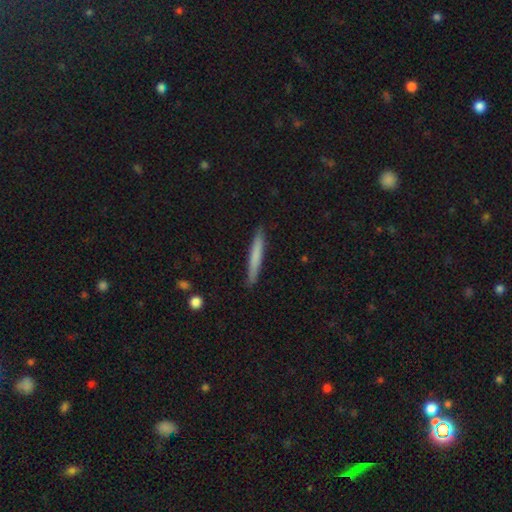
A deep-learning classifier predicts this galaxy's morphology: Q: Smooth or featured?
A: smooth (73%); runner-up: featured or disk (22%)
Q: How rounded?
A: cigar-shaped (96%); runner-up: in between (3%)
Q: Merging?
A: none (89%); runner-up: minor disturbance (8%)